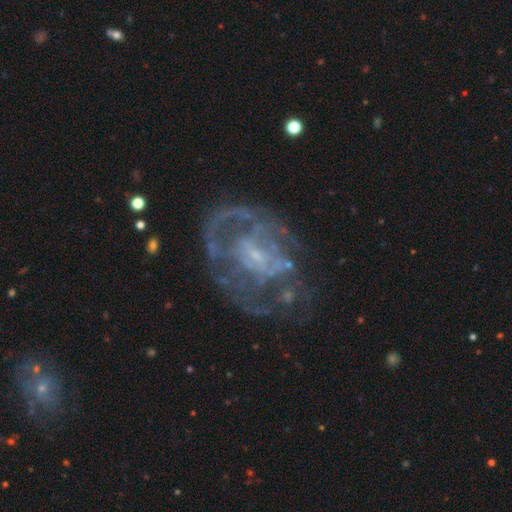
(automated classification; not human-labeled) Smooth or featured?
  - featured or disk: 79% *
  - smooth: 11%
  - star or artifact: 9%
Edge-on disk?
  - no: 97% *
  - yes: 3%
Bar?
  - no: 54% *
  - weak: 37%
  - strong: 9%
Spiral arms?
  - yes: 63% *
  - no: 37%
Bulge size?
  - small: 62% *
  - none: 21%
  - moderate: 14%
  - large: 2%
  - dominant: 1%
Merging?
  - none: 51% *
  - major disturbance: 26%
  - minor disturbance: 20%
  - merger: 3%